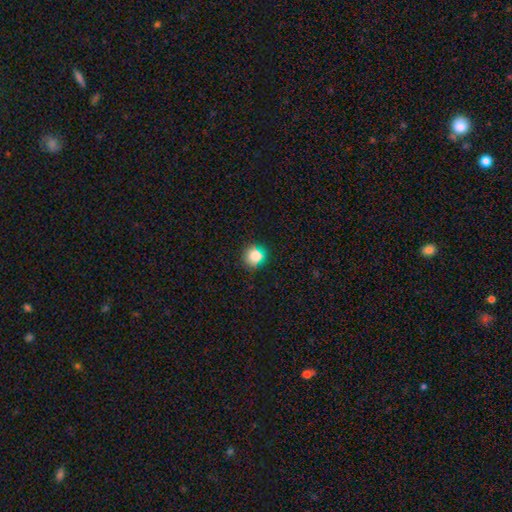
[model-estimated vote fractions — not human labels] smooth 80%, star or artifact 15%, featured or disk 5%. Down the decision tree: how rounded — round (88%); merging — none (83%).